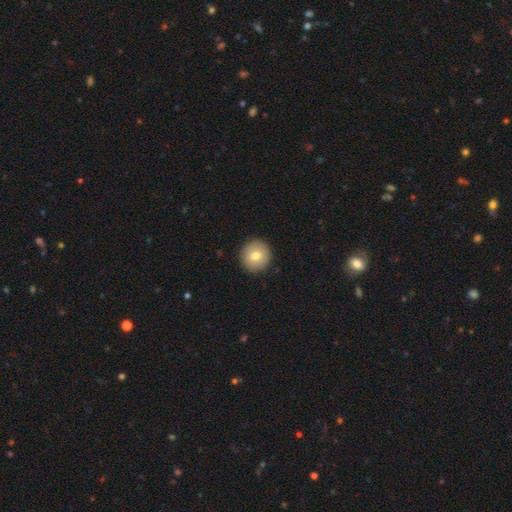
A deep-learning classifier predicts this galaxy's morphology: This is likely a smooth galaxy (77%). How rounded: clearly round (91%). Merging: clearly none (92%).